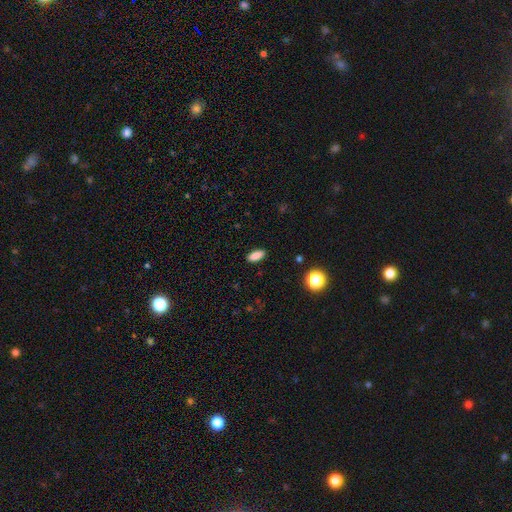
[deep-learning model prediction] smooth-or-featured: smooth: 87% | star or artifact: 9% | featured or disk: 4%
  how-rounded: in between: 80% | cigar-shaped: 17% | round: 3%
  merging: none: 88% | minor disturbance: 9% | major disturbance: 2% | merger: 1%